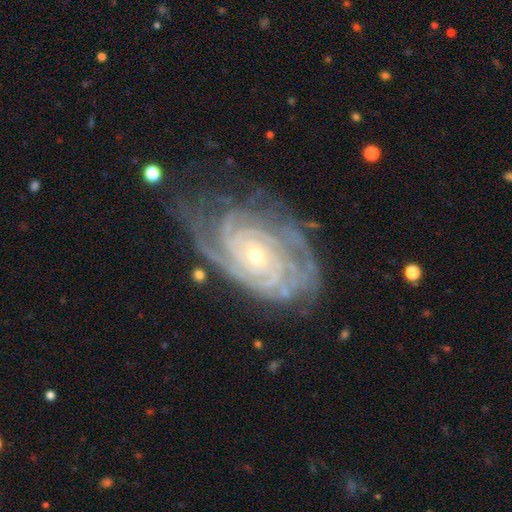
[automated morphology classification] Overall: featured or disk (92%). Edge-on disk: no (96%). Bar: no (73%). Spiral arms: yes (98%). Spiral arm count: 4 (27%; can't tell 19%). Spiral winding: tight (81%). Bulge size: small (72%). Merging: none (66%).